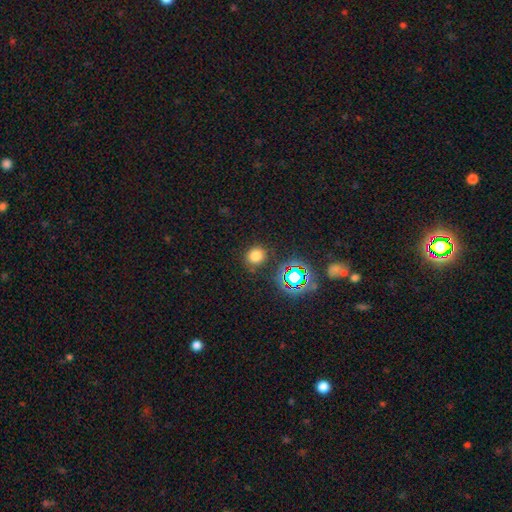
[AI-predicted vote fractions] Morphology: type=smooth (72%); roundness=round (79%); merging=none (84%).